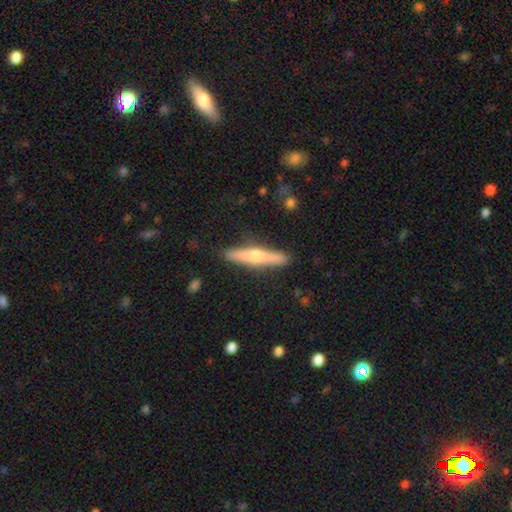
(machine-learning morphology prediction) featured or disk 57%, smooth 38%, star or artifact 6%. Down the decision tree: edge-on disk — yes (96%); edge-on bulge — rounded (89%); merging — none (89%).